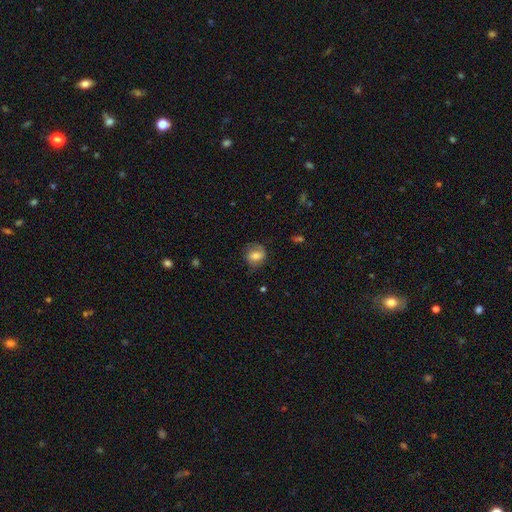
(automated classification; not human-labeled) A smooth galaxy with no disk features (67%) that is round (55%). Merging: none (64%).